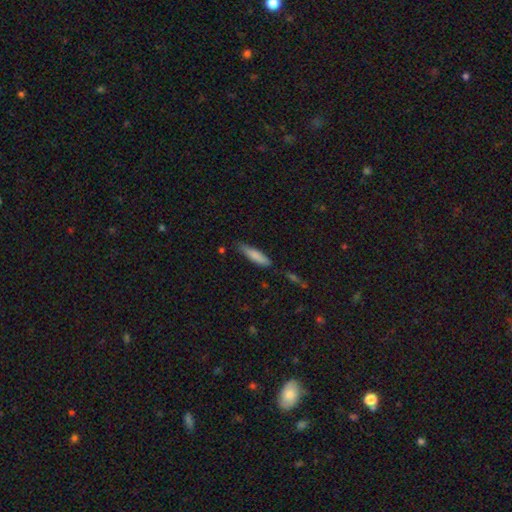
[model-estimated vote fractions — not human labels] Smooth or featured: smooth — 82% (featured or disk — 12%)
How rounded: cigar-shaped — 72% (in between — 27%)
Merging: none — 74% (minor disturbance — 20%)